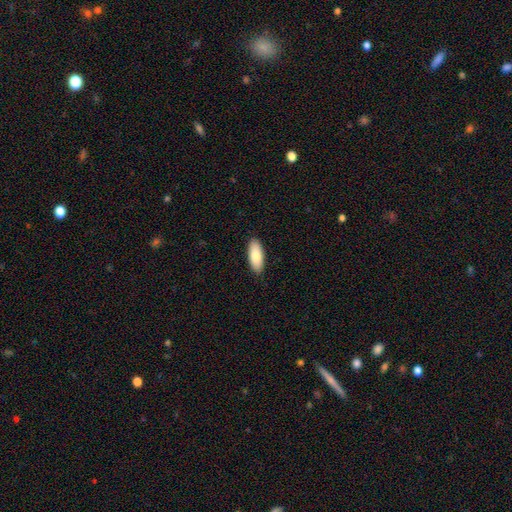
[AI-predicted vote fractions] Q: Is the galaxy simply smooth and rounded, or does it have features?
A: smooth — 82%.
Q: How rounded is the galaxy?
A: in between — 80%.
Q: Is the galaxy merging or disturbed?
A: none — 90%.